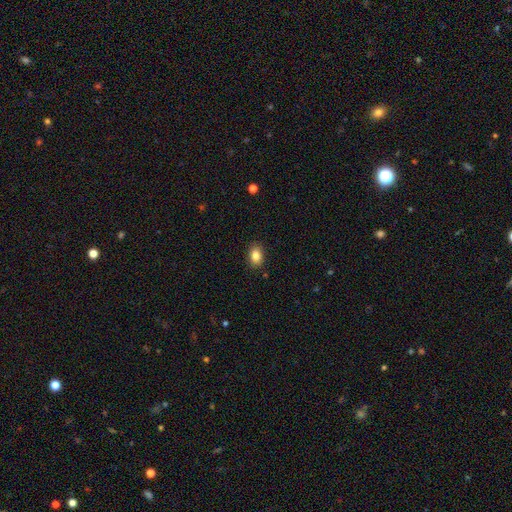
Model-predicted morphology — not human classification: Q: Smooth or featured?
A: smooth (85%); runner-up: star or artifact (9%)
Q: How rounded?
A: in between (78%); runner-up: round (21%)
Q: Merging?
A: none (88%); runner-up: minor disturbance (8%)